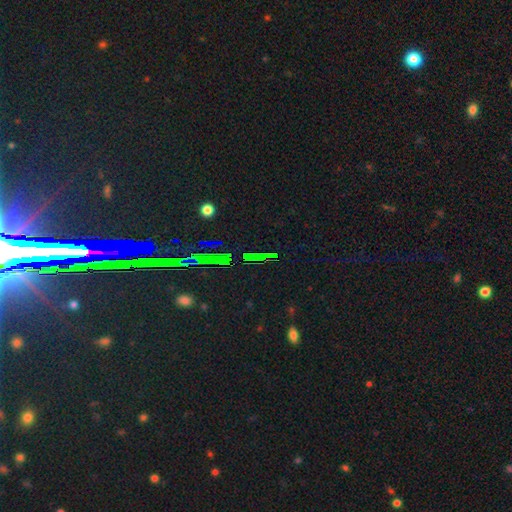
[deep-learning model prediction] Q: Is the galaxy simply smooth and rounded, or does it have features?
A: star or artifact — 71%.